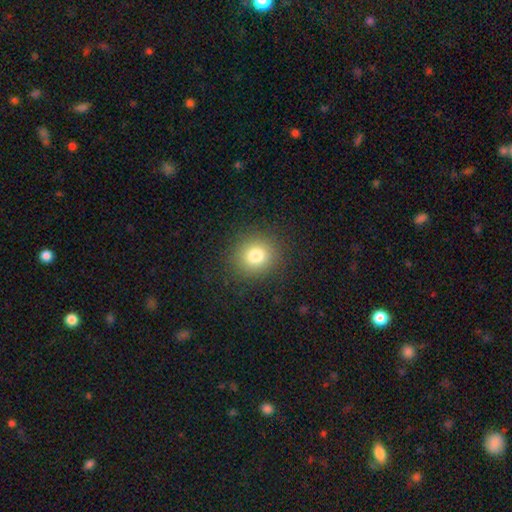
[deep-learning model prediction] smooth_or_featured: smooth (p=0.79) [alt: star or artifact p=0.13]
how_rounded: round (p=0.86) [alt: in between p=0.13]
merging: none (p=0.89) [alt: minor disturbance p=0.07]